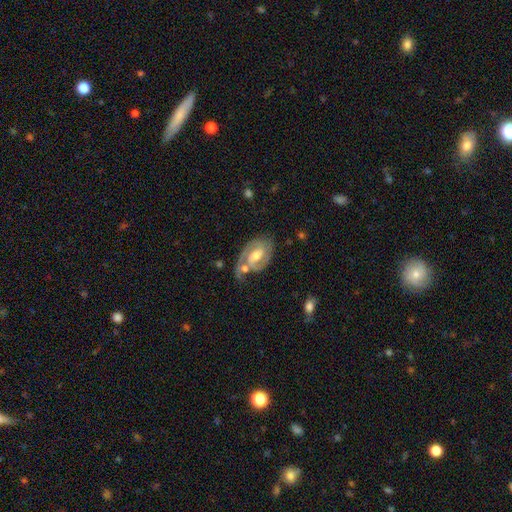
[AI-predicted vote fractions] Smooth or featured? featured or disk (84%)
Edge-on disk? no (97%)
Bar? weak (49%)
Spiral arms? yes (94%)
Spiral winding? medium (45%)
Spiral arm count? 2 (79%)
Bulge size? moderate (67%)
Merging? none (53%)